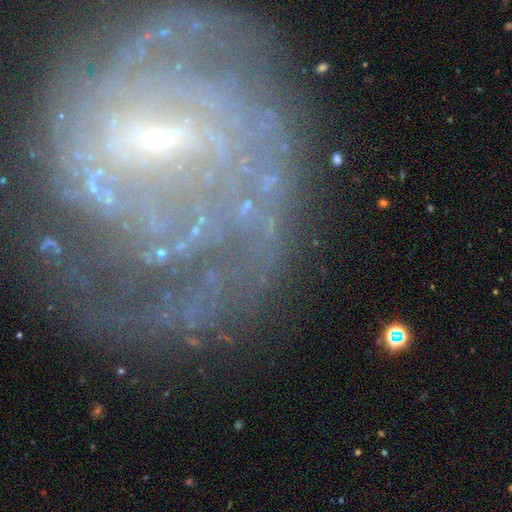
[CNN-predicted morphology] Q: Smooth or featured?
A: featured or disk (84%); runner-up: star or artifact (9%)
Q: Edge-on disk?
A: no (97%); runner-up: yes (3%)
Q: Bar?
A: weak (51%); runner-up: no (25%)
Q: Spiral arms?
A: yes (89%); runner-up: no (11%)
Q: Spiral winding?
A: tight (54%); runner-up: medium (31%)
Q: Spiral arm count?
A: can't tell (37%); runner-up: 2 (23%)
Q: Bulge size?
A: small (73%); runner-up: moderate (16%)
Q: Merging?
A: none (62%); runner-up: minor disturbance (19%)